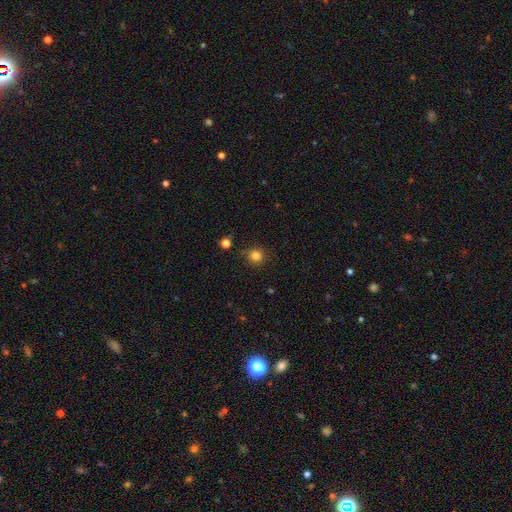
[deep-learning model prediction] Smooth or featured? smooth (83%)
How rounded? round (93%)
Merging? none (89%)